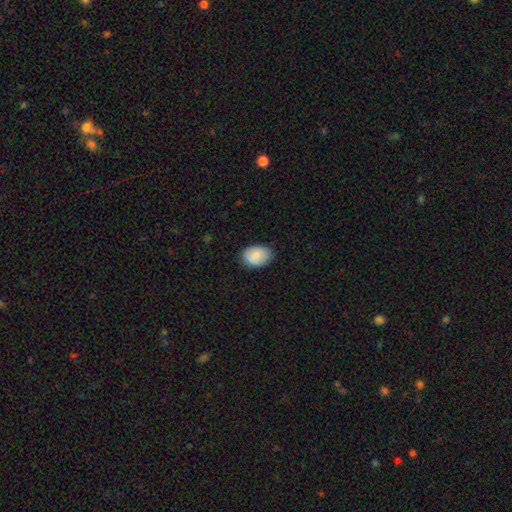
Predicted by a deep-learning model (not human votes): Smooth or featured: smooth — 85% (featured or disk — 9%)
How rounded: in between — 82% (round — 17%)
Merging: none — 80% (minor disturbance — 16%)